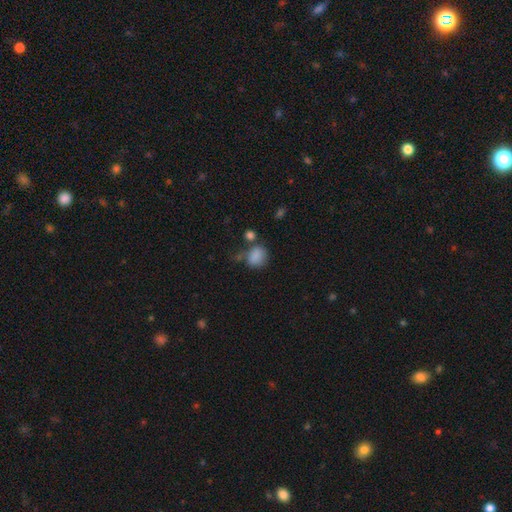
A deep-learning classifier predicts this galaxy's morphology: Overall: smooth (83%). How rounded: round (54%; in between 45%). Merging: none (50%; minor disturbance 23%).